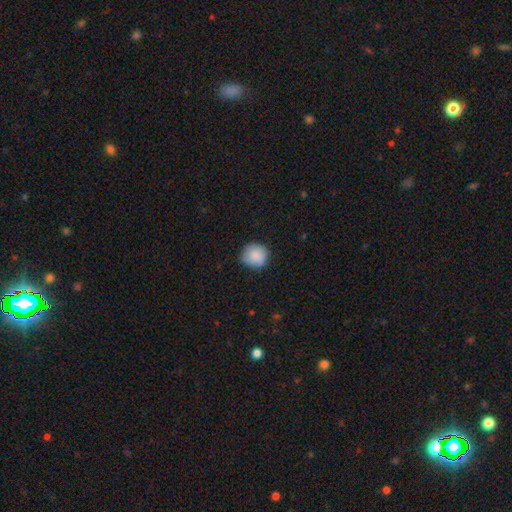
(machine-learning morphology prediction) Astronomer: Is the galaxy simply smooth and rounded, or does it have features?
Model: smooth — 87%.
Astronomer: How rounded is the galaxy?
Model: round — 88%.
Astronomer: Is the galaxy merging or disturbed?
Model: none — 80%.